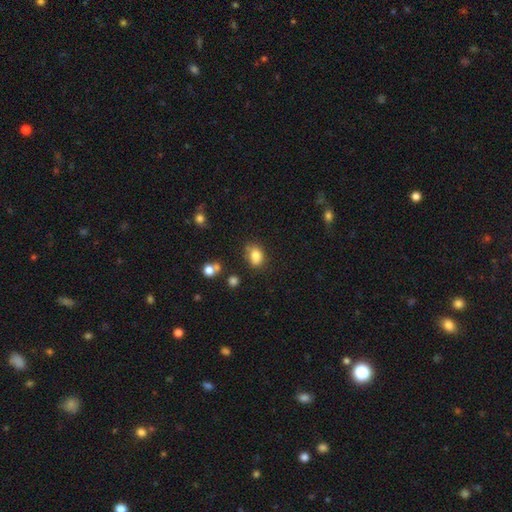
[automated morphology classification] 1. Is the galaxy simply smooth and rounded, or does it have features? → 81% smooth, 10% star or artifact, 8% featured or disk.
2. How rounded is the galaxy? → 71% in between, 27% round, 1% cigar-shaped.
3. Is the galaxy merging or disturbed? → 65% none, 23% minor disturbance, 6% merger, 6% major disturbance.